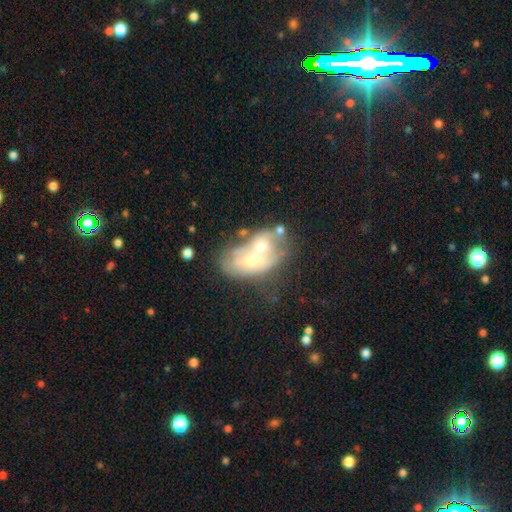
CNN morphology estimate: Q: Smooth or featured?
A: featured or disk (58%); runner-up: smooth (33%)
Q: Edge-on disk?
A: no (94%); runner-up: yes (6%)
Q: Bar?
A: no (78%); runner-up: weak (17%)
Q: Spiral arms?
A: no (72%); runner-up: yes (28%)
Q: Bulge size?
A: moderate (53%); runner-up: small (36%)
Q: Merging?
A: merger (64%); runner-up: none (16%)